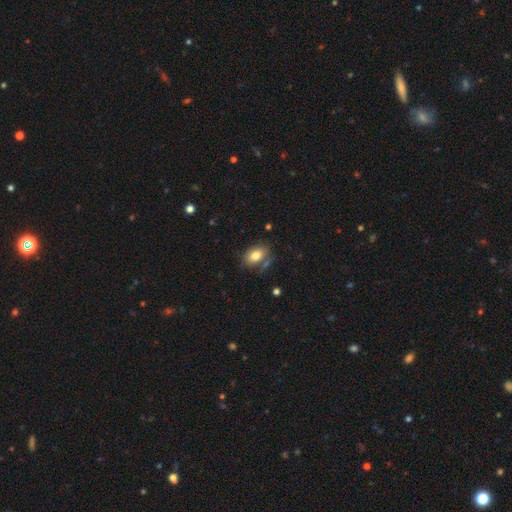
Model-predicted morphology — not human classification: Smooth or featured: smooth — 79% (featured or disk — 13%)
How rounded: in between — 86% (round — 12%)
Merging: none — 68% (minor disturbance — 18%)